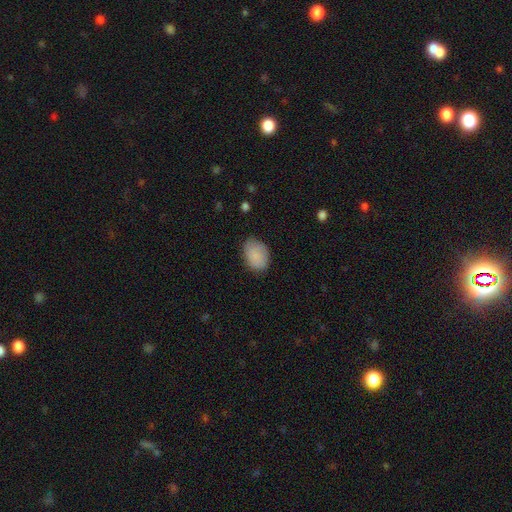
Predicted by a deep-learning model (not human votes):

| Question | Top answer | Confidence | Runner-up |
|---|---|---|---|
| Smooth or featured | smooth | 87% | featured or disk (7%) |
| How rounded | in between | 78% | round (21%) |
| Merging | none | 75% | minor disturbance (20%) |